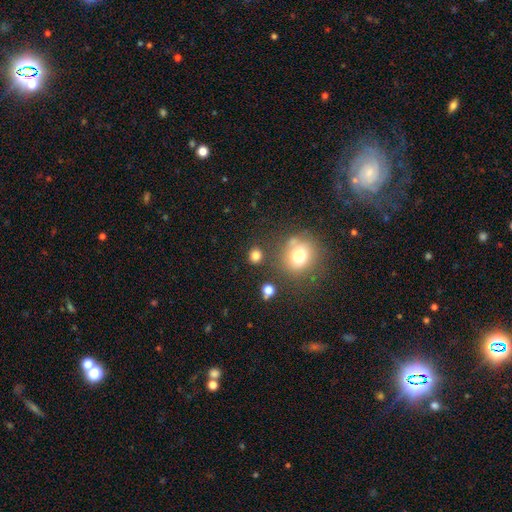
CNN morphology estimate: This appears to be a smooth galaxy with no disk features (79%) that is round (79%). Merging: none (79%).